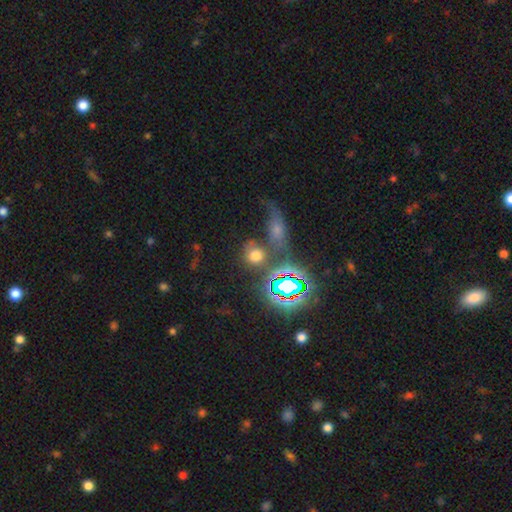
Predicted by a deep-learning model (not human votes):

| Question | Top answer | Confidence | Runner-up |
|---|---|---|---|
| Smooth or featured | smooth | 58% | star or artifact (31%) |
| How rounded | round | 75% | in between (22%) |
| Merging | none | 60% | merger (19%) |